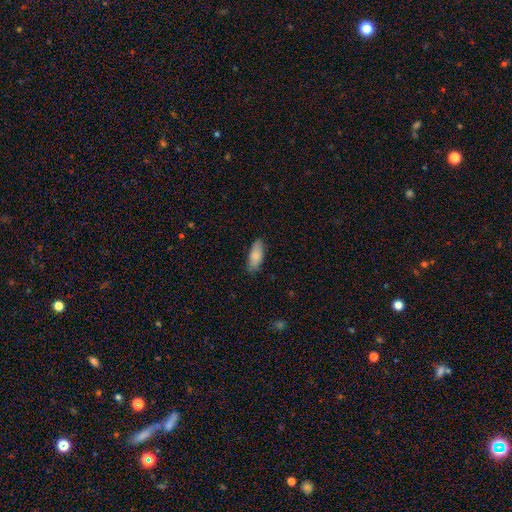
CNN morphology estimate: The model was most divided on "how rounded": in between: 77%, cigar-shaped: 21%, round: 2%. More confident: smooth or featured — smooth (84%); merging — none (81%).